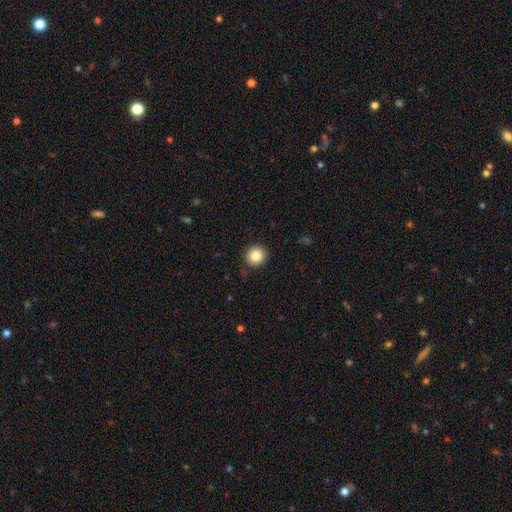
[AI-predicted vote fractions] smooth_or_featured: smooth (p=0.84) [alt: star or artifact p=0.10]
how_rounded: round (p=0.93) [alt: in between p=0.06]
merging: none (p=0.89) [alt: minor disturbance p=0.07]